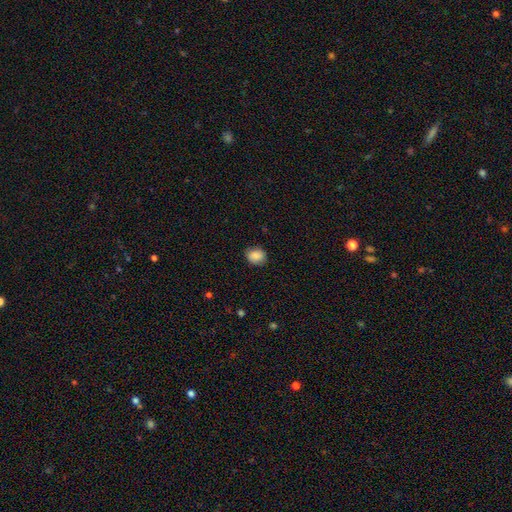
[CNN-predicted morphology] A smooth galaxy with no disk features (86%) that is round (61%).

Vote fractions:
- Smooth or featured? smooth: 86% / star or artifact: 8% / featured or disk: 5%
- How rounded? round: 61% / in between: 38% / cigar-shaped: 1%
- Merging? none: 82% / minor disturbance: 14% / major disturbance: 3% / merger: 1%